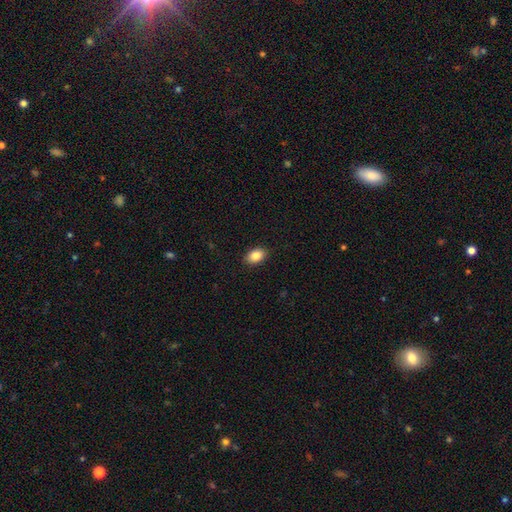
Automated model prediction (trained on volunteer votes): The model was most divided on "how rounded": in between: 84%, round: 15%, cigar-shaped: 1%. More confident: merging — none (89%); smooth or featured — smooth (86%).